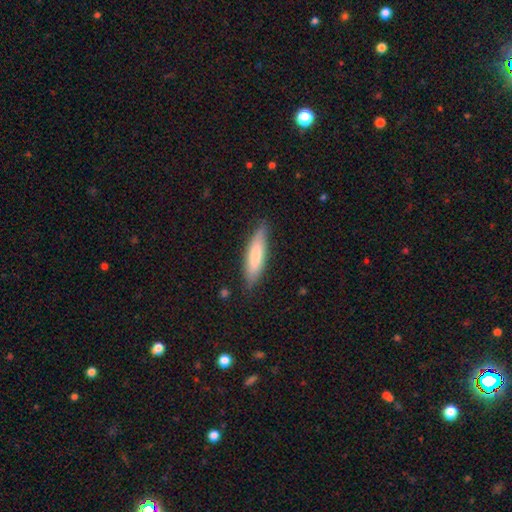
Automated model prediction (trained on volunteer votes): smooth-or-featured: smooth: 73% | featured or disk: 22% | star or artifact: 6%
  how-rounded: cigar-shaped: 70% | in between: 28% | round: 1%
  merging: none: 82% | minor disturbance: 14% | major disturbance: 3% | merger: 1%